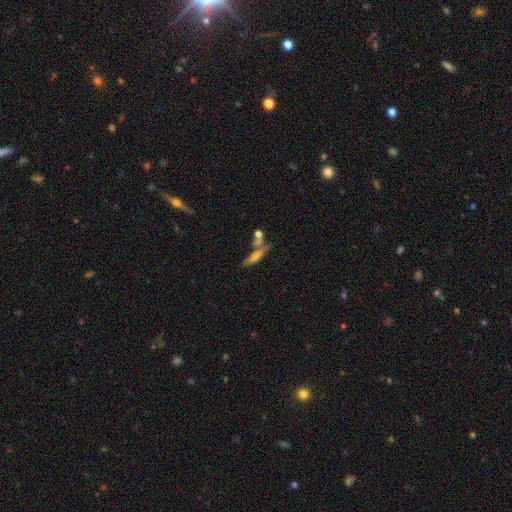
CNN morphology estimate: Overall: smooth (44%, tied with featured or disk). Merging: none (56%; merger 25%).